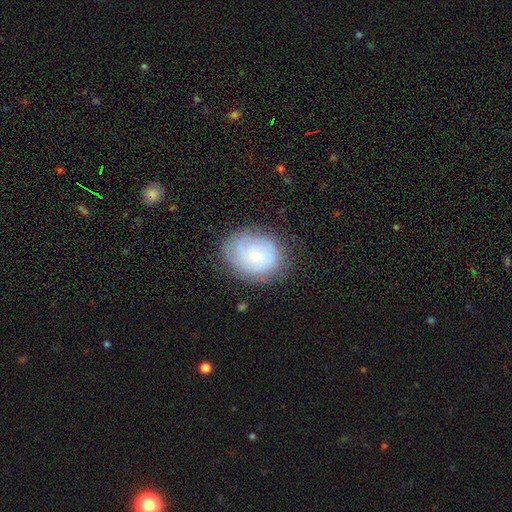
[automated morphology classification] A featured or disk galaxy (53%) with no bar (82%), spiral arms (83%) and a small central bulge (72%). Merging: none (75%).